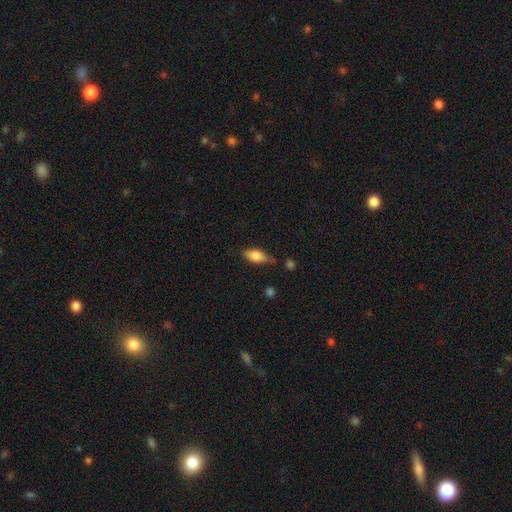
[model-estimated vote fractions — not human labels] Smooth or featured? smooth (80%)
How rounded? in between (84%)
Merging? none (63%)